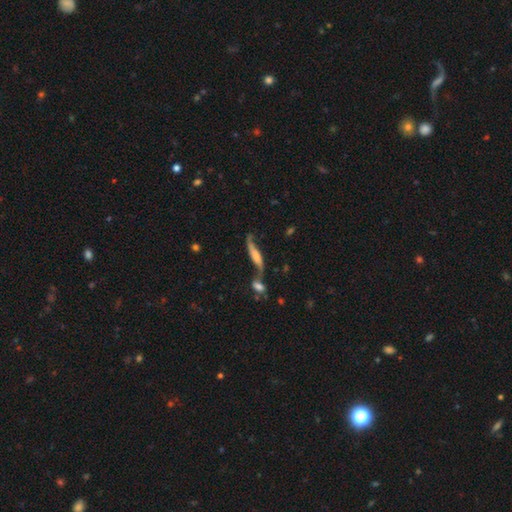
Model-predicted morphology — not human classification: Smooth or featured: featured or disk — 60% (smooth — 31%)
Edge-on disk: no — 58% (yes — 42%)
Merging: none — 38% (merger — 34%)